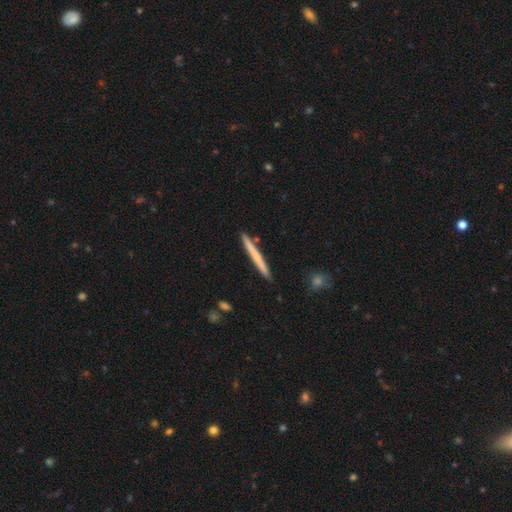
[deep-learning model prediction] Morphology: type=smooth (57%); roundness=cigar-shaped (97%); merging=none (91%).